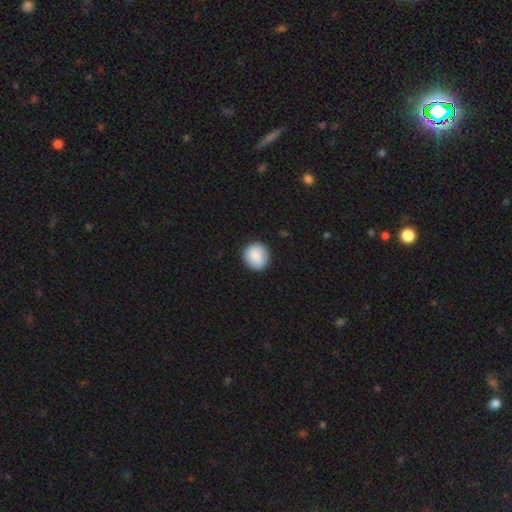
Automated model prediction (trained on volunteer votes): Smooth or featured: smooth — 86% (featured or disk — 7%)
How rounded: round — 86% (in between — 13%)
Merging: none — 85% (minor disturbance — 12%)